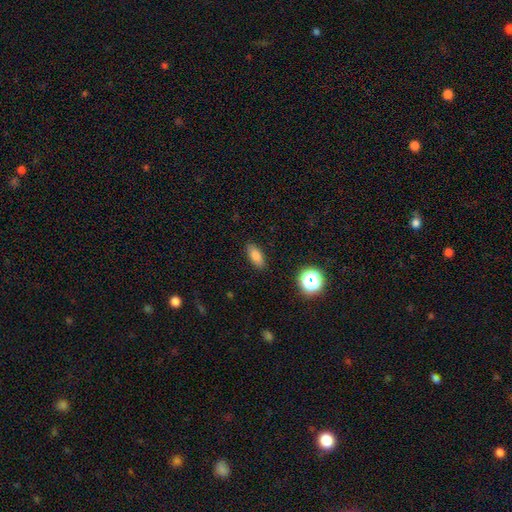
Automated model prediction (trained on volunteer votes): Q: Smooth or featured?
A: smooth (80%); runner-up: star or artifact (11%)
Q: How rounded?
A: in between (81%); runner-up: cigar-shaped (13%)
Q: Merging?
A: none (88%); runner-up: minor disturbance (9%)